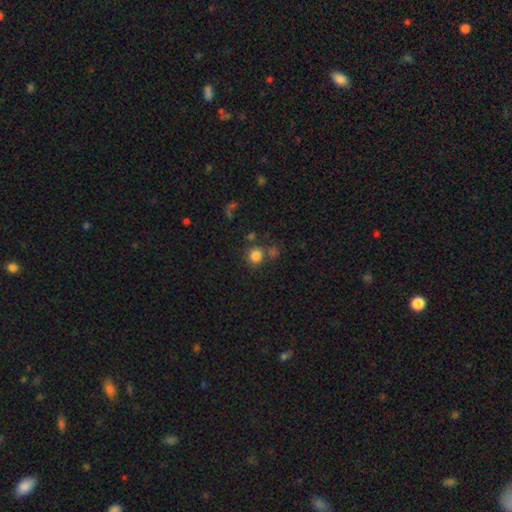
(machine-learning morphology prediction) smooth-or-featured: smooth: 82% | star or artifact: 13% | featured or disk: 6%
  how-rounded: round: 89% | in between: 10% | cigar-shaped: 1%
  merging: none: 69% | merger: 16% | minor disturbance: 10% | major disturbance: 5%